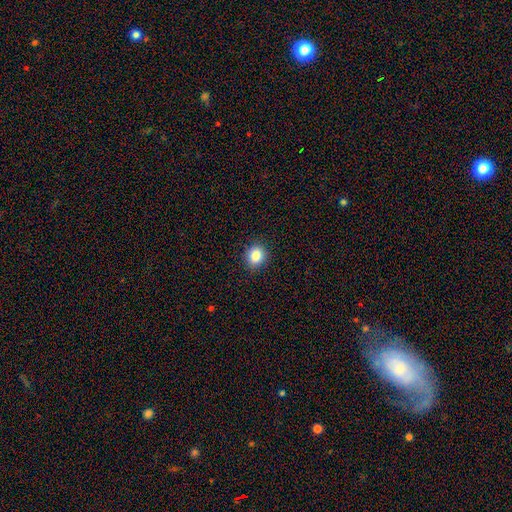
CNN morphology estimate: Overall: smooth (85%). How rounded: round (71%). Merging: none (90%).